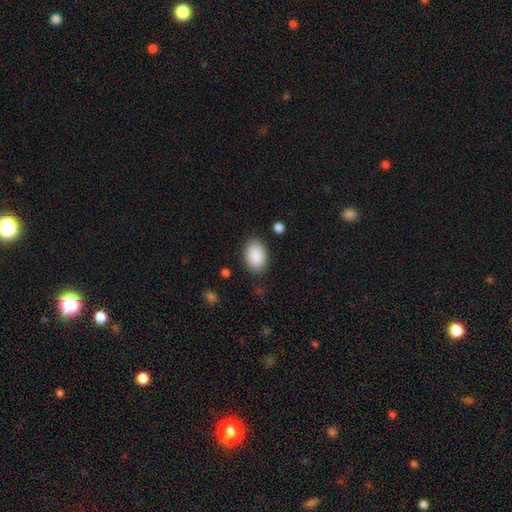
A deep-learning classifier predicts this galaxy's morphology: Smooth or featured? smooth (90%)
How rounded? in between (89%)
Merging? none (86%)